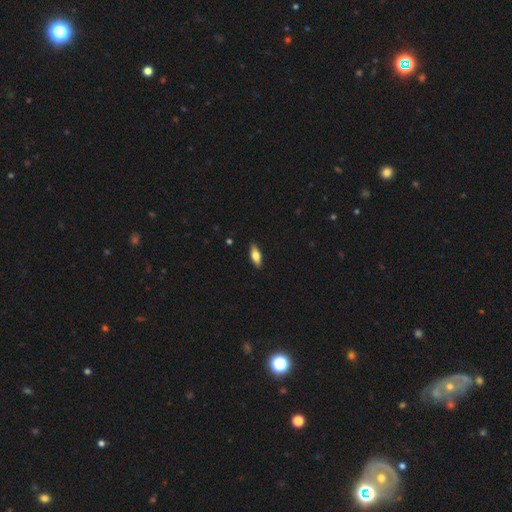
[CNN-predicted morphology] Overall: smooth (70%). How rounded: in between (74%). Merging: none (88%).